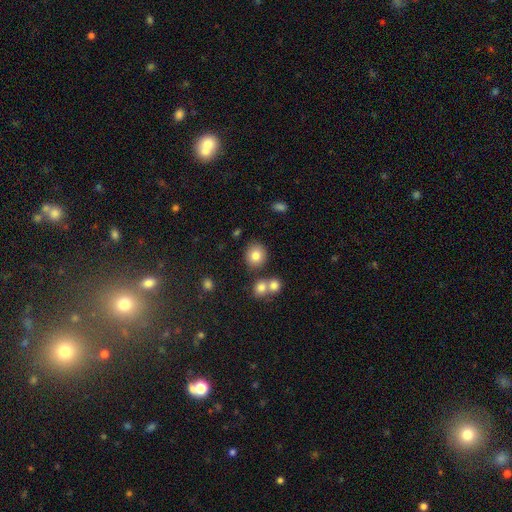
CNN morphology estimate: smooth-or-featured: smooth: 80% | star or artifact: 11% | featured or disk: 9%
  how-rounded: round: 85% | in between: 14% | cigar-shaped: 1%
  merging: none: 77% | merger: 11% | minor disturbance: 9% | major disturbance: 3%